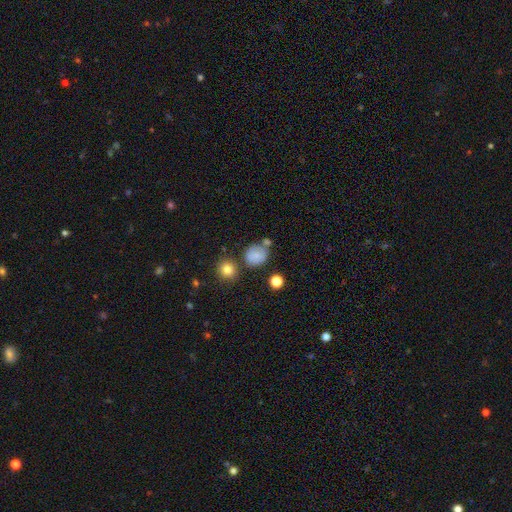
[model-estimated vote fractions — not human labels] A smooth galaxy with no disk features (75%) that is round (71%). Merging: none (63%).